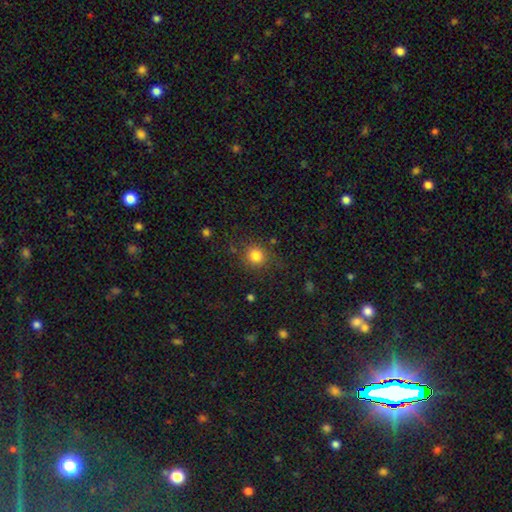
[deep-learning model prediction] Morphology: type=smooth (81%); roundness=round (88%); merging=none (80%).